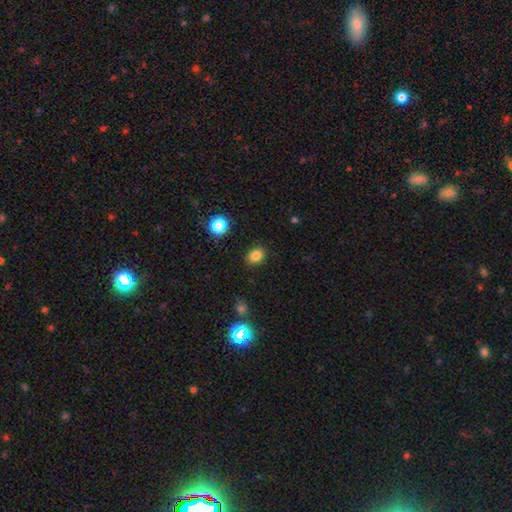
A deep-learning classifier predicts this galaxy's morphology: Q: Smooth or featured?
A: smooth (83%); runner-up: star or artifact (12%)
Q: How rounded?
A: round (52%); runner-up: in between (47%)
Q: Merging?
A: none (88%); runner-up: minor disturbance (8%)